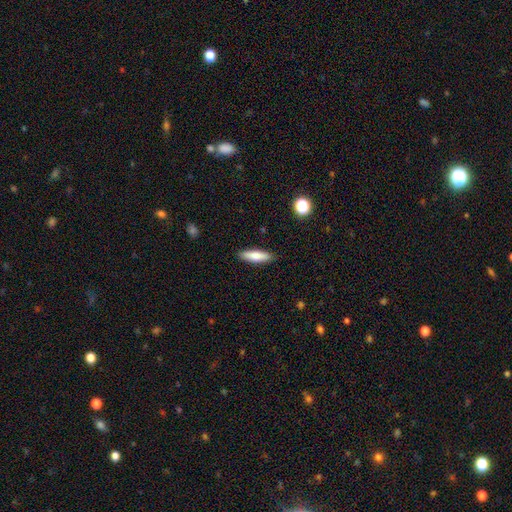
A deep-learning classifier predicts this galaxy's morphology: Smooth or featured: smooth — 79% (featured or disk — 15%)
How rounded: cigar-shaped — 64% (in between — 35%)
Merging: none — 89% (minor disturbance — 8%)